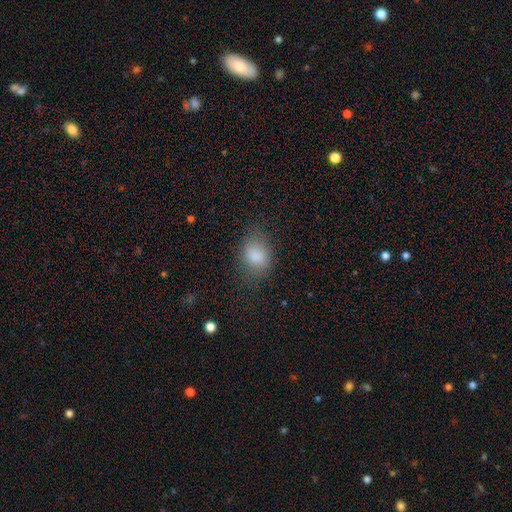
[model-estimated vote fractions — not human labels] This appears to be a smooth galaxy with no disk features (82%) that is in between round and cigar-shaped (74%). Merging: none (64%).